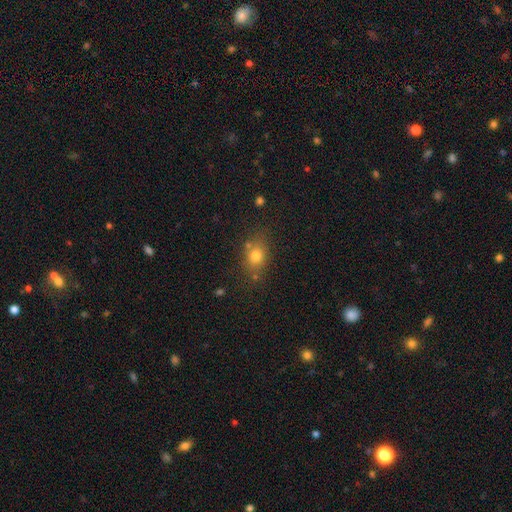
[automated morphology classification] Smooth or featured? Predicted: smooth (p=0.76). How rounded? Predicted: in between (p=0.56). Merging? Predicted: none (p=0.72).